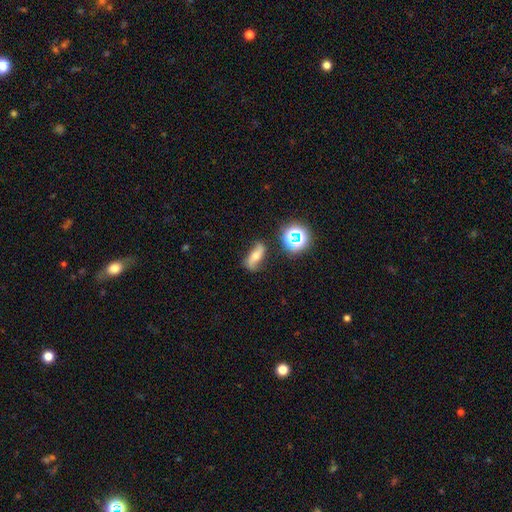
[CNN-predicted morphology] Overall: featured or disk (56%; smooth 29%). Edge-on disk: no (85%). Merging: none (73%).